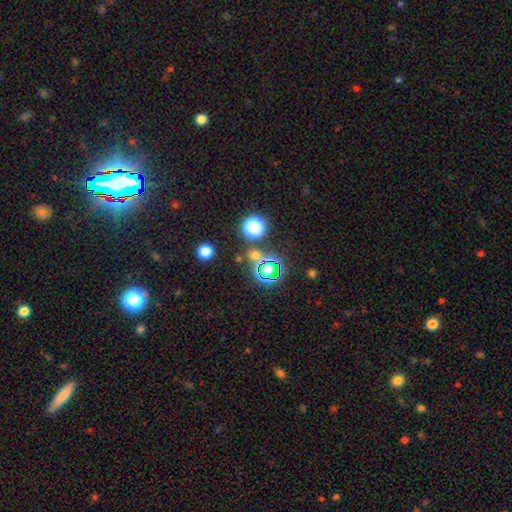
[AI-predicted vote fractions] Smooth or featured?
  - star or artifact: 49% *
  - smooth: 42%
  - featured or disk: 9%